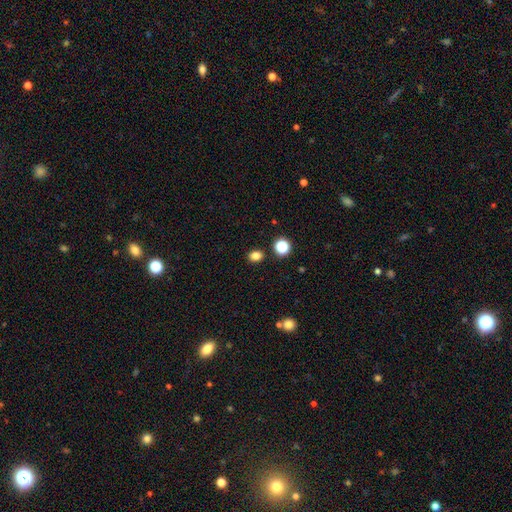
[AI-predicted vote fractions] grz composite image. It shows a smooth galaxy with no disk features (82%) that is round (54%). Merging: none (88%).